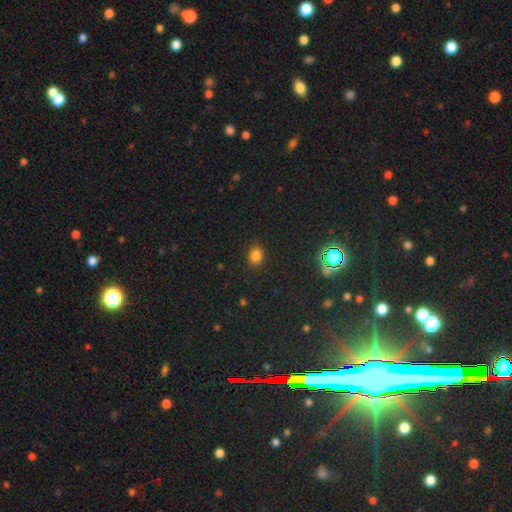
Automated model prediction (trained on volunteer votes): Overall: smooth (80%). How rounded: in between (57%; round 42%). Merging: none (88%).